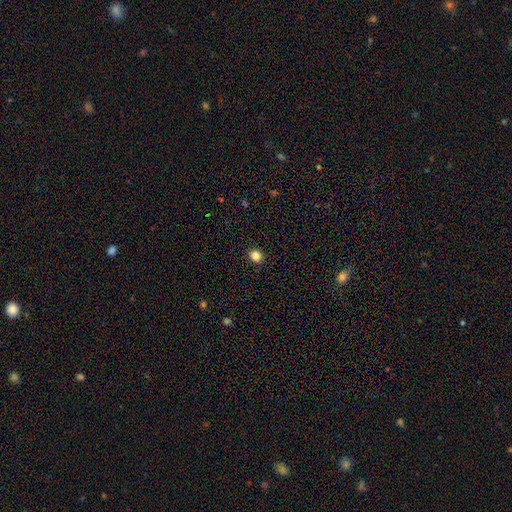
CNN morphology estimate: Smooth or featured? Predicted: smooth (p=0.84). How rounded? Predicted: round (p=0.69). Merging? Predicted: none (p=0.91).